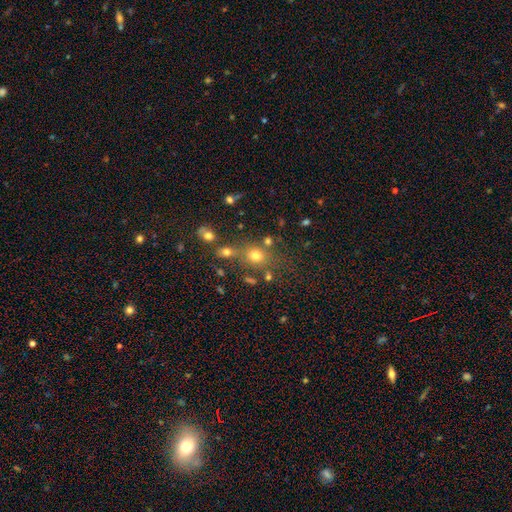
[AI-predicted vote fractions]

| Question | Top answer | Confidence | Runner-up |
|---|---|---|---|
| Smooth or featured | smooth | 63% | star or artifact (25%) |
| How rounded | round | 76% | in between (22%) |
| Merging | none | 61% | merger (22%) |